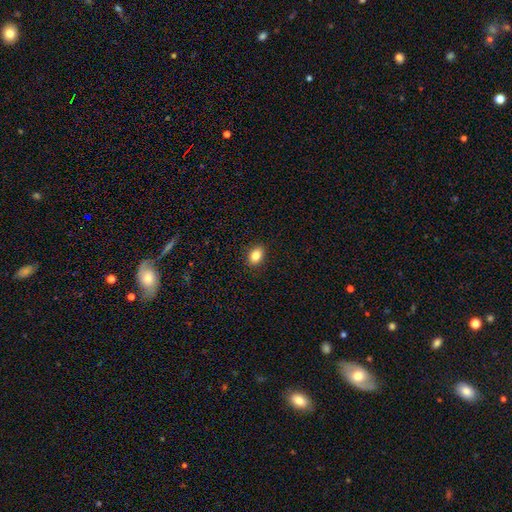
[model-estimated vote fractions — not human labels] Smooth or featured?
  - smooth: 84% *
  - star or artifact: 9%
  - featured or disk: 7%
How rounded?
  - in between: 76% *
  - round: 23%
  - cigar-shaped: 1%
Merging?
  - none: 89% *
  - minor disturbance: 8%
  - major disturbance: 2%
  - merger: 1%